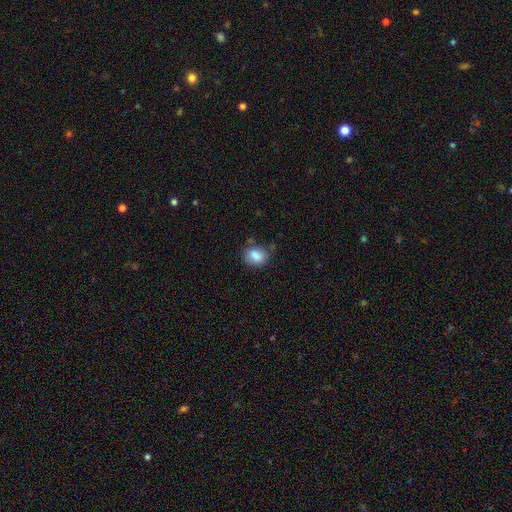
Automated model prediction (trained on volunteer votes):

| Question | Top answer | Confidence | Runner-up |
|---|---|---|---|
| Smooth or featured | smooth | 86% | star or artifact (9%) |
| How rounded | in between | 55% | round (44%) |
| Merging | none | 70% | minor disturbance (21%) |